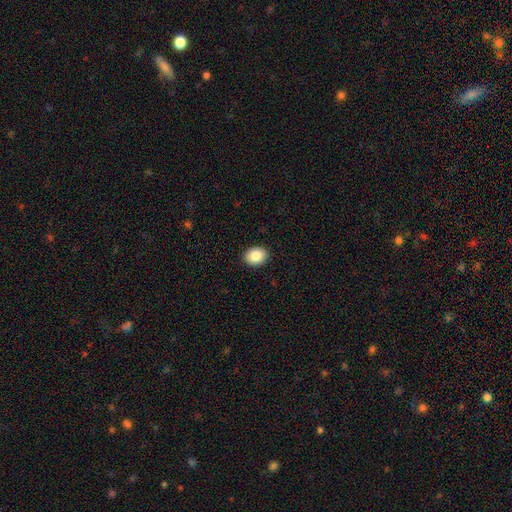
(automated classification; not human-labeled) This is clearly a smooth galaxy (87%). How rounded: likely in between (61%). Merging: clearly none (91%).